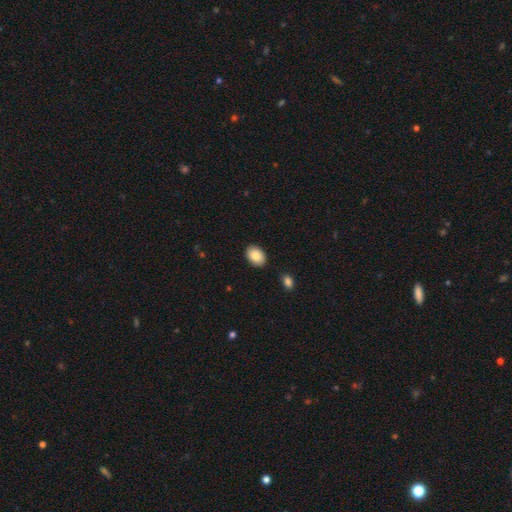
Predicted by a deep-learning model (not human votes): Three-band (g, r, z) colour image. It shows a smooth galaxy with no disk features (89%) that is in between round and cigar-shaped (84%). Merging: none (88%).